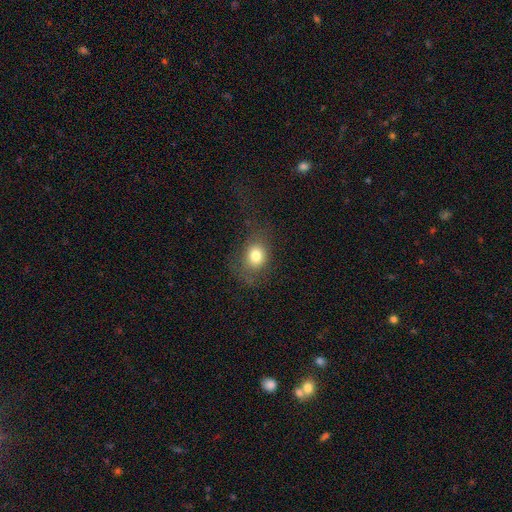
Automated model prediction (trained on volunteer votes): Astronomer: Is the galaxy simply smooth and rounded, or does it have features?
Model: smooth — 76%.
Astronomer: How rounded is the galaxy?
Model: round — 53% (runner-up: in between, 45%).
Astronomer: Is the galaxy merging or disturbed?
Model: none — 60%.